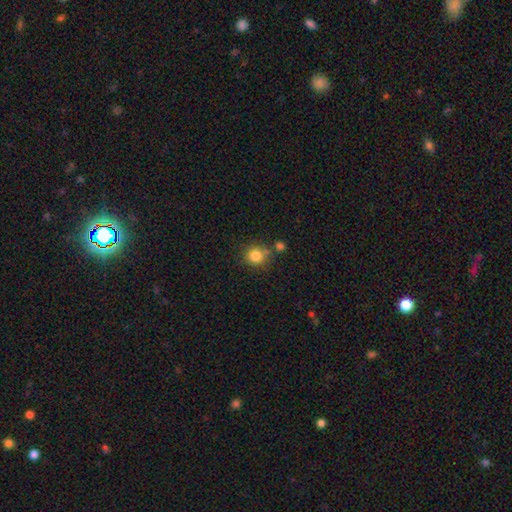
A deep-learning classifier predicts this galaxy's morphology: The model was most divided on "merging": none: 70%, merger: 13%, minor disturbance: 13%, major disturbance: 4%. More confident: how rounded — round (88%); smooth or featured — smooth (84%).